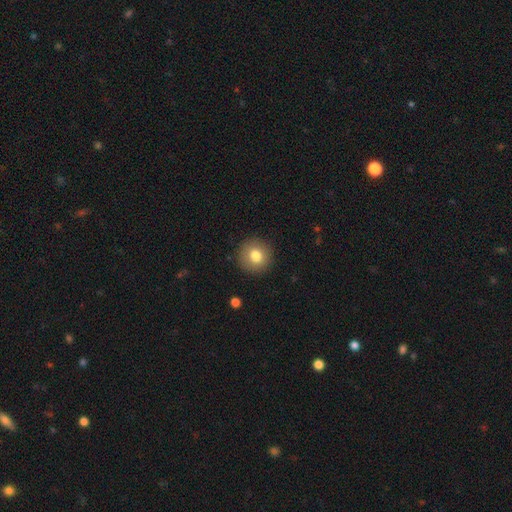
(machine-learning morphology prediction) smooth 80%, featured or disk 11%, star or artifact 9%. Down the decision tree: how rounded — round (92%); merging — none (91%).